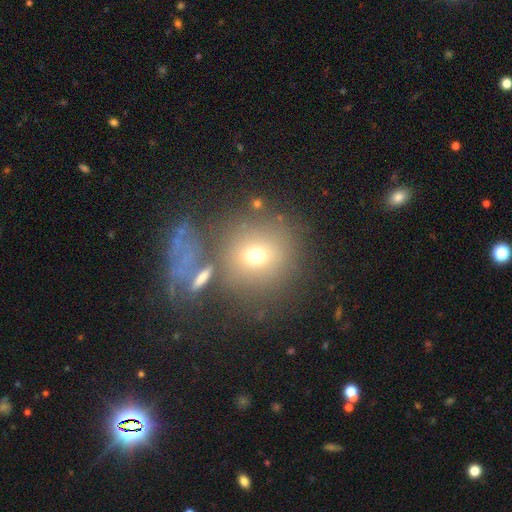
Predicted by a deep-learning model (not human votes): smooth_or_featured: smooth (p=0.65) [alt: featured or disk p=0.20]
how_rounded: round (p=0.84) [alt: in between p=0.14]
merging: none (p=0.64) [alt: merger p=0.14]